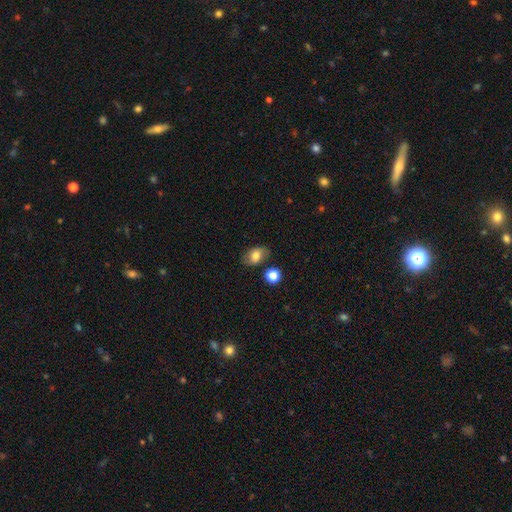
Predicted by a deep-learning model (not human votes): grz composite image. It shows a smooth galaxy with no disk features (74%) that is in between round and cigar-shaped (81%). Merging: none (75%).